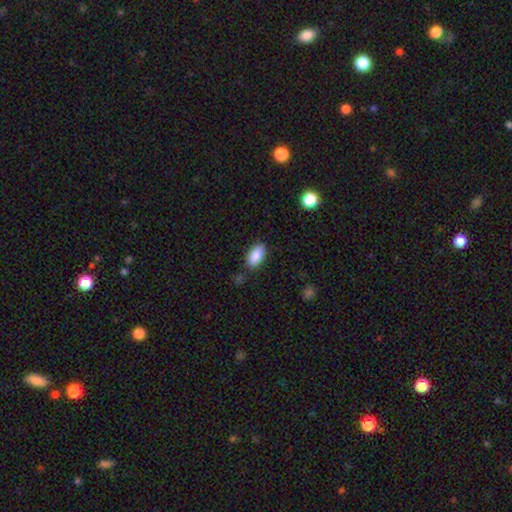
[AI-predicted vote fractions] This appears to be a smooth galaxy with no disk features (88%) that is in between round and cigar-shaped (94%). Merging: none (81%).